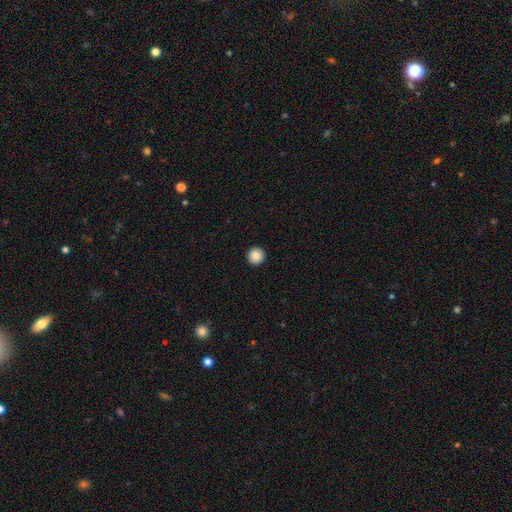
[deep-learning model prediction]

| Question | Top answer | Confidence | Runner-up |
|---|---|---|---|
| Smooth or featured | smooth | 86% | star or artifact (9%) |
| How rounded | round | 96% | in between (3%) |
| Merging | none | 94% | minor disturbance (4%) |